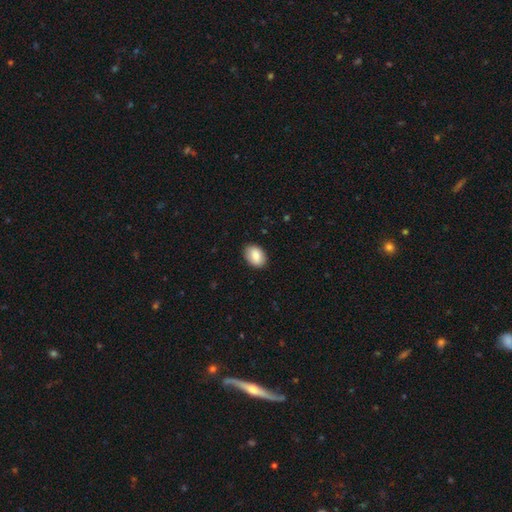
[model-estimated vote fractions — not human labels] Overall: smooth (85%). How rounded: in between (83%). Merging: none (88%).